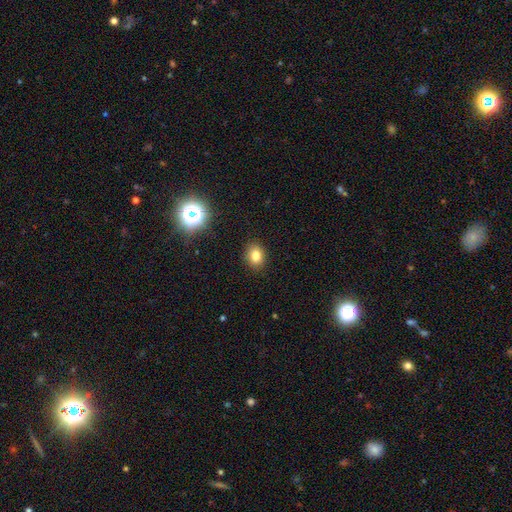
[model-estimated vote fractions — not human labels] This appears to be a smooth galaxy with no disk features (80%) that is in between round and cigar-shaped (51%). Merging: none (89%).